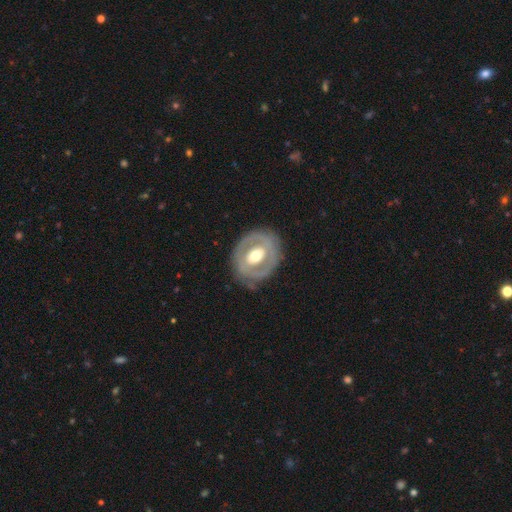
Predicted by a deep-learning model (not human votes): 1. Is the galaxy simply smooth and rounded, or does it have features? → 68% featured or disk, 27% smooth, 5% star or artifact.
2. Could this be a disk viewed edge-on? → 95% no, 5% yes.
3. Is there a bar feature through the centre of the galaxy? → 47% no, 32% weak, 21% strong.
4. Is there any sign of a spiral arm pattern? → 65% no, 35% yes.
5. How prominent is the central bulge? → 71% moderate, 17% large, 10% small, 1% dominant, 1% none.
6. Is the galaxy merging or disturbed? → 76% none, 16% minor disturbance, 7% major disturbance, 1% merger.